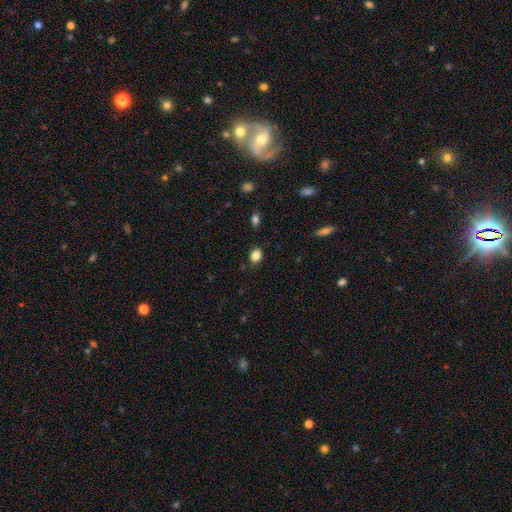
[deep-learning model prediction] This is clearly a smooth galaxy (85%). How rounded: possibly in between (57%). Merging: clearly none (85%).